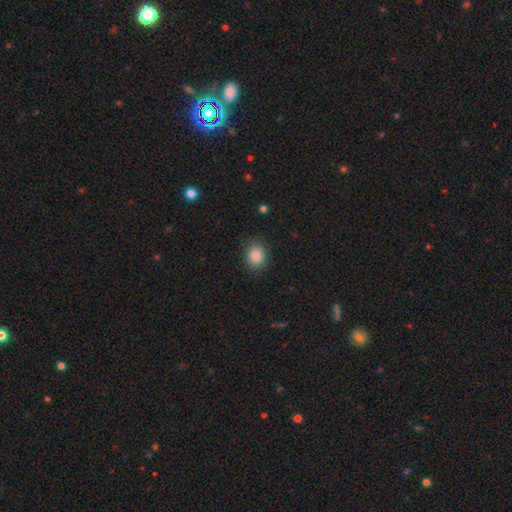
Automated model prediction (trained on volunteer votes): Q: Smooth or featured?
A: smooth (86%); runner-up: star or artifact (9%)
Q: How rounded?
A: round (60%); runner-up: in between (39%)
Q: Merging?
A: none (85%); runner-up: minor disturbance (11%)